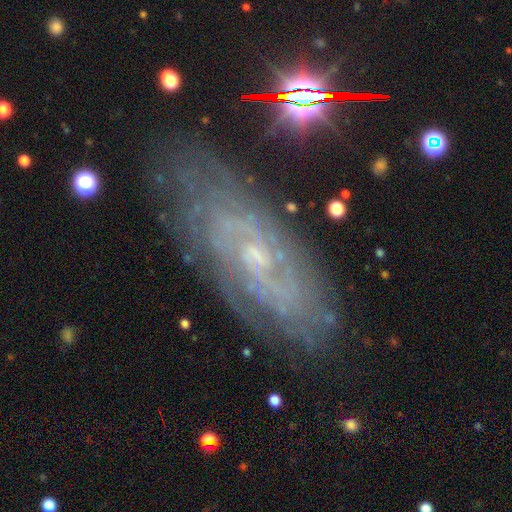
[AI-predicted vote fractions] This is likely a featured or disk galaxy (80%). It is clearly not viewed edge-on (90%). Bar: possibly no (59%). Spiral arm pattern: clearly yes (93%). Spiral arm count: possibly can't tell (50%). Spiral winding: likely tight (69%). Central bulge: likely small (74%). Merging: likely none (77%).